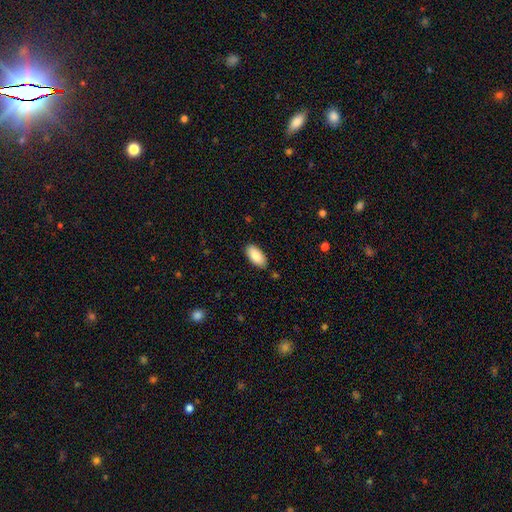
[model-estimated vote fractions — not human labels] Morphology: type=smooth (87%); roundness=in between (93%); merging=none (86%).